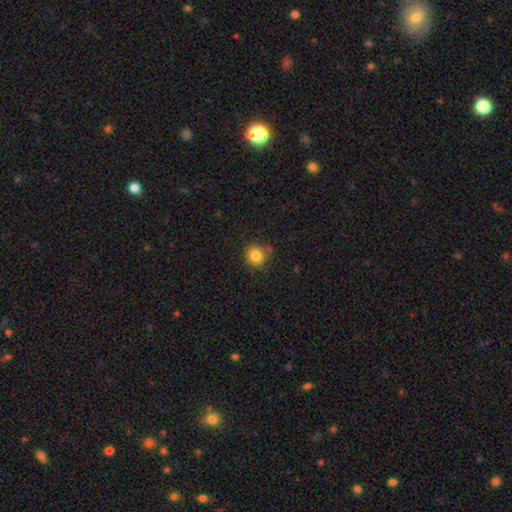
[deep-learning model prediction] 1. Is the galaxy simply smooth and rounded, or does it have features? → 84% smooth, 11% star or artifact, 5% featured or disk.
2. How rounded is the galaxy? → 90% round, 9% in between, 1% cigar-shaped.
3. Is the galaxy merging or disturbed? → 77% none, 13% minor disturbance, 6% merger, 3% major disturbance.